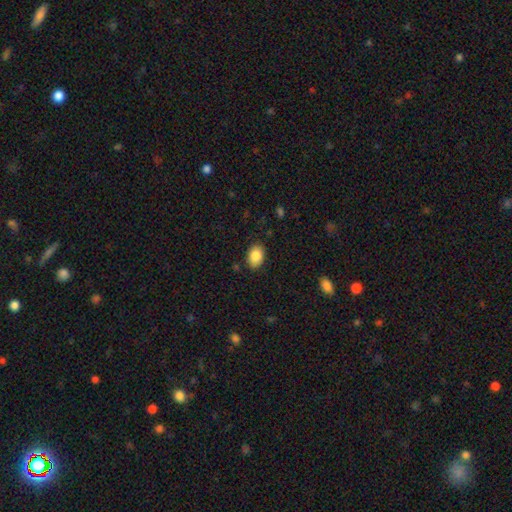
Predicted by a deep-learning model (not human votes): smooth 86%, star or artifact 7%, featured or disk 7%. Down the decision tree: how rounded — in between (82%); merging — none (86%).